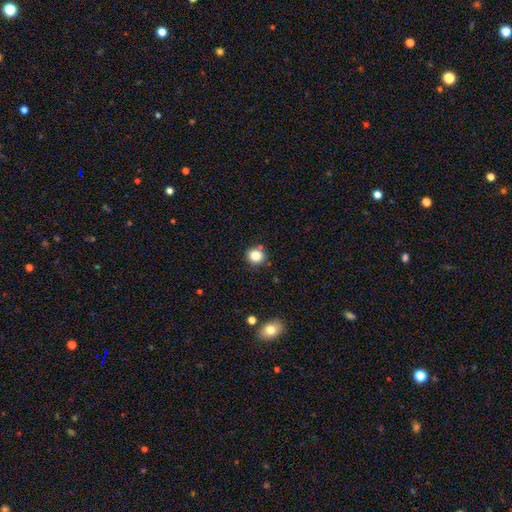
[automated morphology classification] Smooth or featured? smooth (83%)
How rounded? round (88%)
Merging? none (83%)